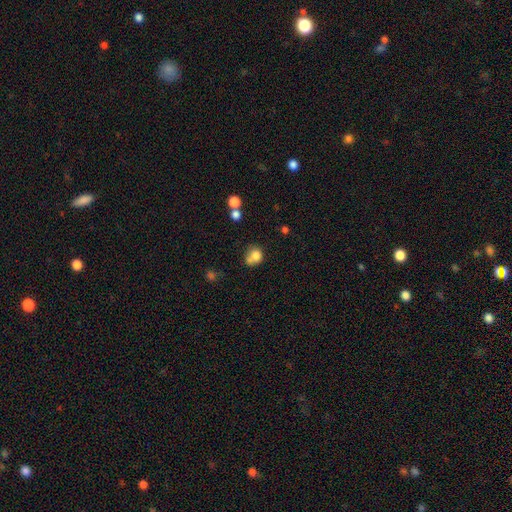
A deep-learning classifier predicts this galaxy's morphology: Smooth or featured? Predicted: smooth (p=0.76). How rounded? Predicted: round (p=0.68). Merging? Predicted: none (p=0.42).